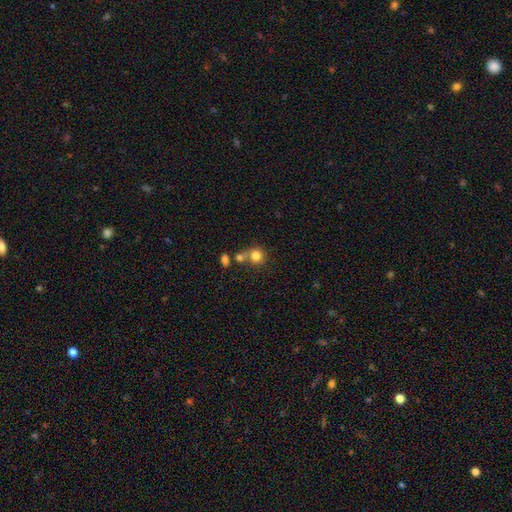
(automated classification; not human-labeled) Overall: smooth (80%). How rounded: round (86%). Merging: none (51%; merger 34%).